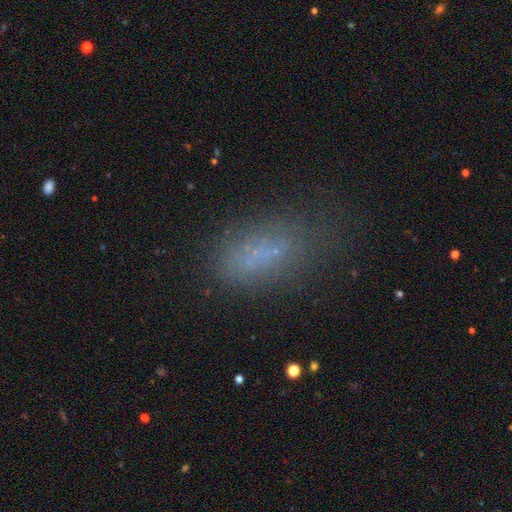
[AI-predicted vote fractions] Q: Smooth or featured?
A: smooth (67%); runner-up: star or artifact (17%)
Q: How rounded?
A: in between (71%); runner-up: cigar-shaped (25%)
Q: Merging?
A: none (61%); runner-up: minor disturbance (22%)